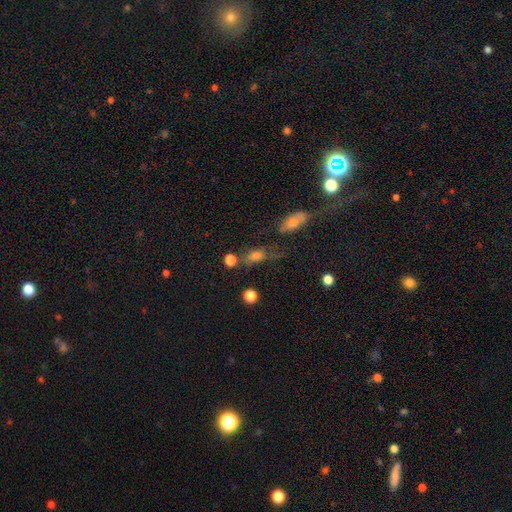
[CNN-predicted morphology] Smooth or featured? smooth (60%)
How rounded? in between (67%)
Merging? none (47%)